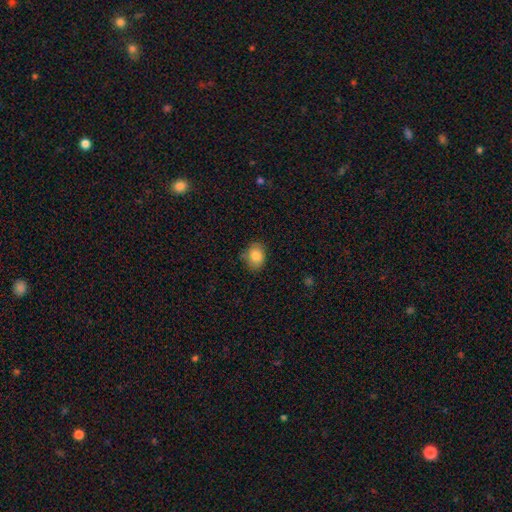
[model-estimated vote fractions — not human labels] Smooth or featured? Predicted: smooth (p=0.84). How rounded? Predicted: in between (p=0.56). Merging? Predicted: none (p=0.78).